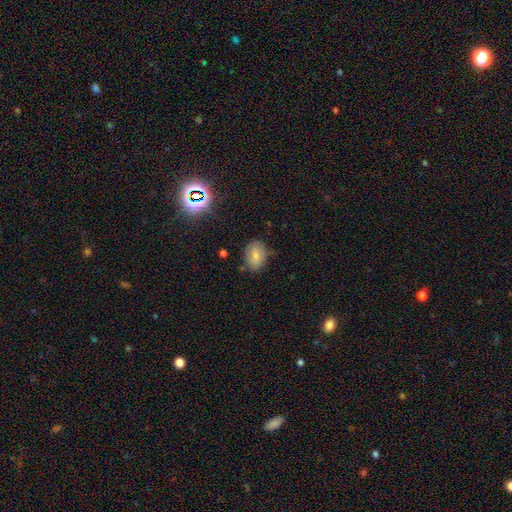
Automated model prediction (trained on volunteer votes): smooth-or-featured: smooth: 69% | featured or disk: 20% | star or artifact: 11%
  how-rounded: in between: 74% | round: 24% | cigar-shaped: 1%
  merging: none: 74% | minor disturbance: 19% | major disturbance: 4% | merger: 2%